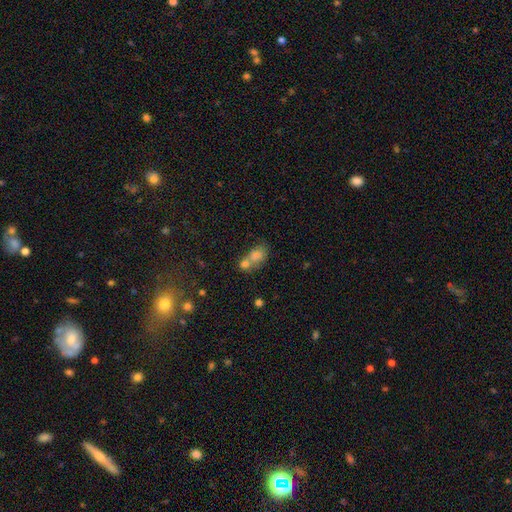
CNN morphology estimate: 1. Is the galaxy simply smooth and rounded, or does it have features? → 75% smooth, 14% featured or disk, 11% star or artifact.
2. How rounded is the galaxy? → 69% in between, 29% round, 2% cigar-shaped.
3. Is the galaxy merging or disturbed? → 60% merger, 27% none, 9% minor disturbance, 4% major disturbance.